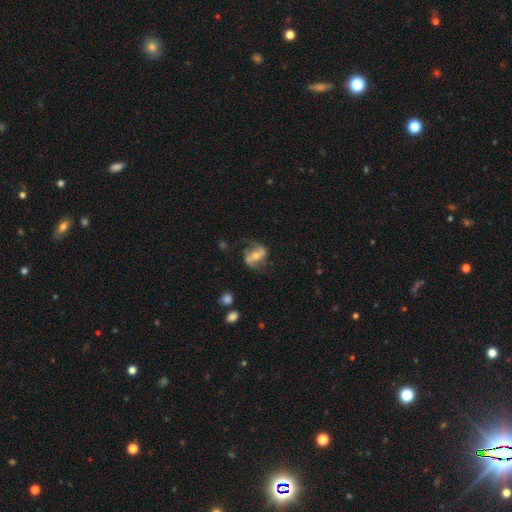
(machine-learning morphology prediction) A featured or disk galaxy (78%) with a strong bar (47%), 2 (88%) loose (55%) spiral arms (91%) and a moderate central bulge (61%). Merging: none (67%).